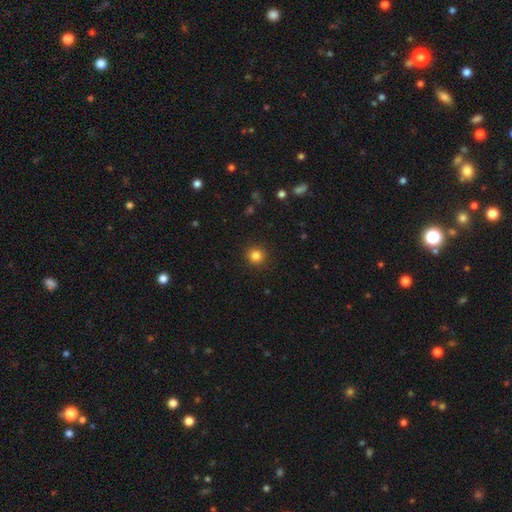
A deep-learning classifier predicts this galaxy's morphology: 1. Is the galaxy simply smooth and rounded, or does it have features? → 84% smooth, 12% star or artifact, 4% featured or disk.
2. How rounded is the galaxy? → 93% round, 6% in between, 1% cigar-shaped.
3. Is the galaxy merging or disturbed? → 92% none, 5% minor disturbance, 2% major disturbance, 1% merger.